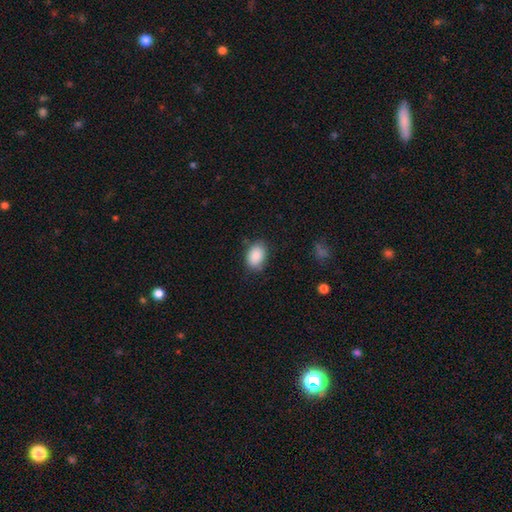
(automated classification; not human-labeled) Morphology: type=smooth (89%); roundness=in between (84%); merging=none (80%).